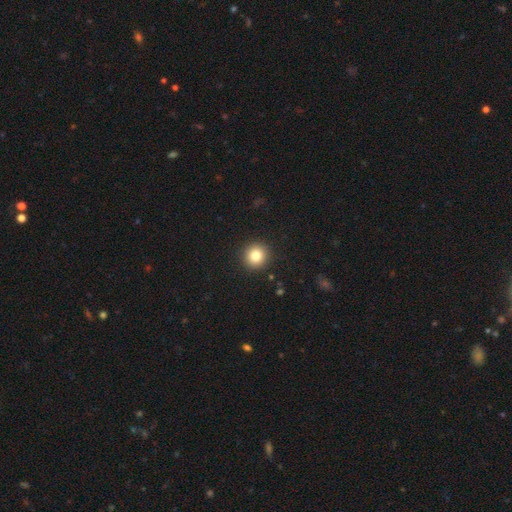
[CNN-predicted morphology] smooth_or_featured: smooth (p=0.82) [alt: star or artifact p=0.11]
how_rounded: round (p=0.93) [alt: in between p=0.06]
merging: none (p=0.92) [alt: minor disturbance p=0.05]